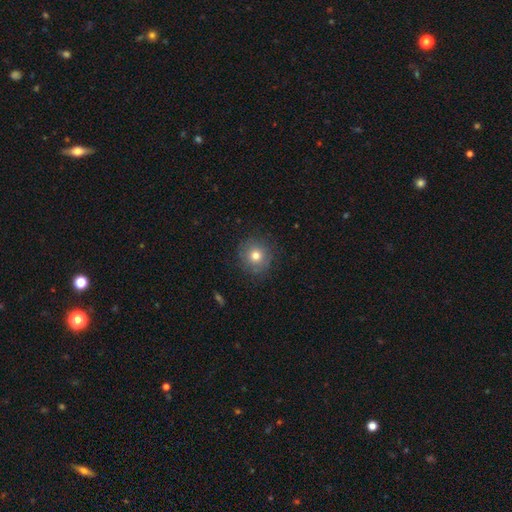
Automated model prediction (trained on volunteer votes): smooth-or-featured: smooth: 74% | featured or disk: 14% | star or artifact: 12%
  how-rounded: round: 93% | in between: 6% | cigar-shaped: 1%
  merging: none: 84% | minor disturbance: 11% | major disturbance: 4% | merger: 1%